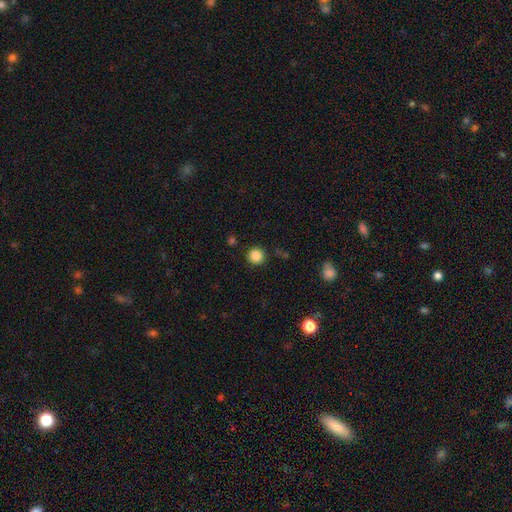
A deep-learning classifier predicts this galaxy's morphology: The model was most divided on "smooth or featured": smooth: 86%, star or artifact: 11%, featured or disk: 3%. More confident: how rounded — round (95%); merging — none (89%).